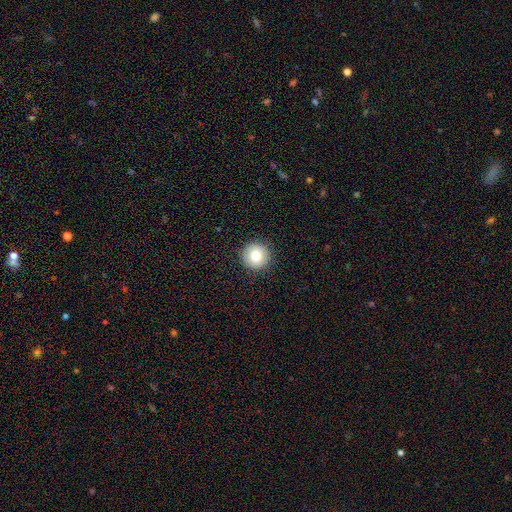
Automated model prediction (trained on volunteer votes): A smooth galaxy with no disk features (80%) that is round (96%). Merging: none (92%).